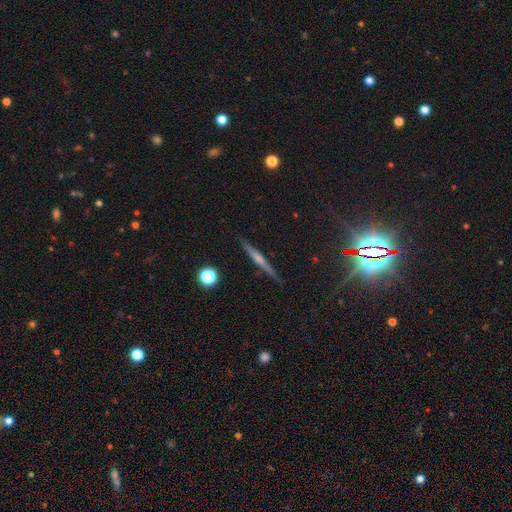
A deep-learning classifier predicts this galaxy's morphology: smooth_or_featured: featured or disk (p=0.58) [alt: smooth p=0.30]
disk_edge_on: yes (p=0.97) [alt: no p=0.03]
edge_on_bulge: rounded (p=0.51) [alt: none p=0.40]
merging: none (p=0.89) [alt: minor disturbance p=0.08]